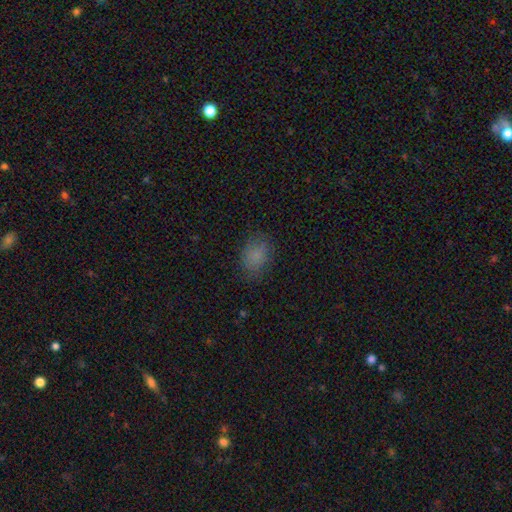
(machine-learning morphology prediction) A smooth galaxy with no disk features (83%) that is in between round and cigar-shaped (69%).

Vote fractions:
- Smooth or featured? smooth: 83% / star or artifact: 12% / featured or disk: 6%
- How rounded? in between: 69% / round: 29% / cigar-shaped: 1%
- Merging? none: 78% / minor disturbance: 16% / major disturbance: 5% / merger: 1%